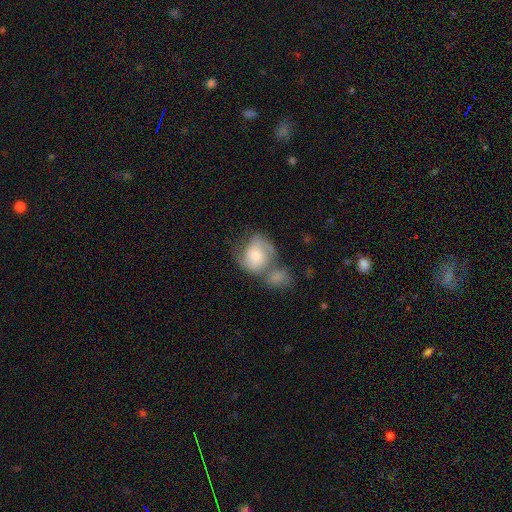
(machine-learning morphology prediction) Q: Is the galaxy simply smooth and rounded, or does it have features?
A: featured or disk — 53%.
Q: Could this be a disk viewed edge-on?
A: no — 97%.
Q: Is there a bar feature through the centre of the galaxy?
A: no — 69%.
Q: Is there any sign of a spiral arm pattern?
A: yes — 82%.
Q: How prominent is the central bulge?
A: moderate — 48%.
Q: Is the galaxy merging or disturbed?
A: merger — 49%.